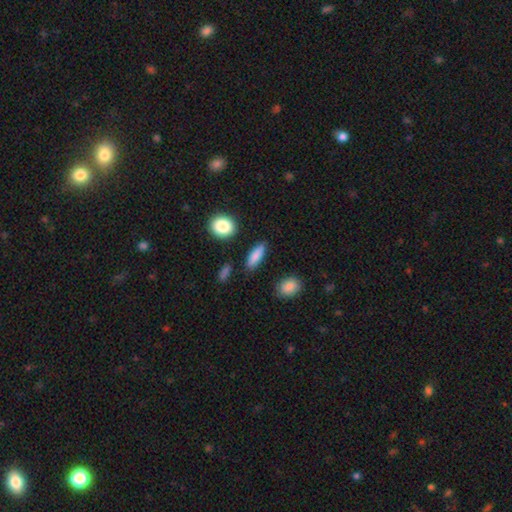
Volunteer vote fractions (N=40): Morphology: type=smooth (78%); roundness=cigar-shaped (65%); merging=none (84%).